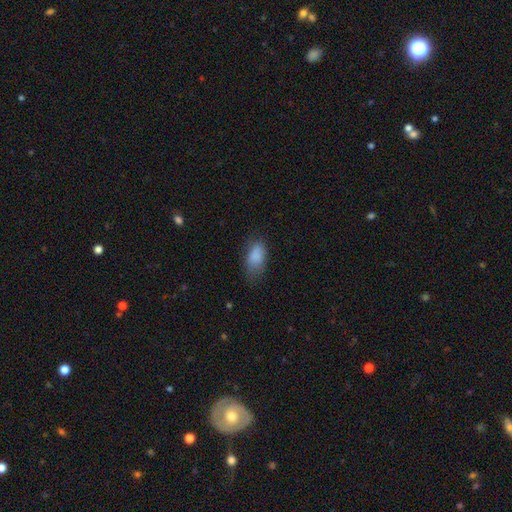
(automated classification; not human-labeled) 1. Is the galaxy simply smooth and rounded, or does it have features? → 84% smooth, 9% star or artifact, 7% featured or disk.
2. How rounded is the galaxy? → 91% in between, 5% round, 4% cigar-shaped.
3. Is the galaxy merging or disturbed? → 55% none, 31% minor disturbance, 12% major disturbance, 2% merger.